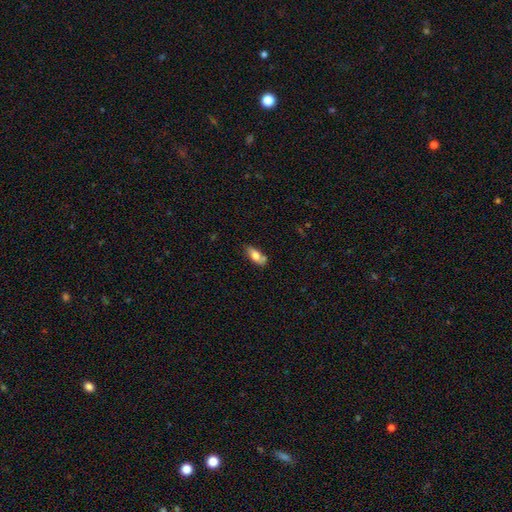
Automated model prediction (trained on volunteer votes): Q: Smooth or featured?
A: smooth (72%); runner-up: featured or disk (21%)
Q: How rounded?
A: in between (82%); runner-up: cigar-shaped (15%)
Q: Merging?
A: none (62%); runner-up: minor disturbance (24%)